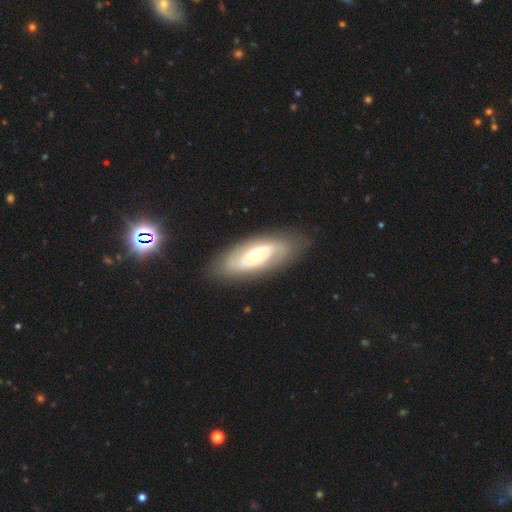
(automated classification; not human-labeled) This is likely a featured or disk galaxy (72%). It is clearly not viewed edge-on (89%). Bar: likely no (68%). Spiral arm pattern: possibly yes (56%). Central bulge: likely moderate (61%). Merging: clearly none (83%).